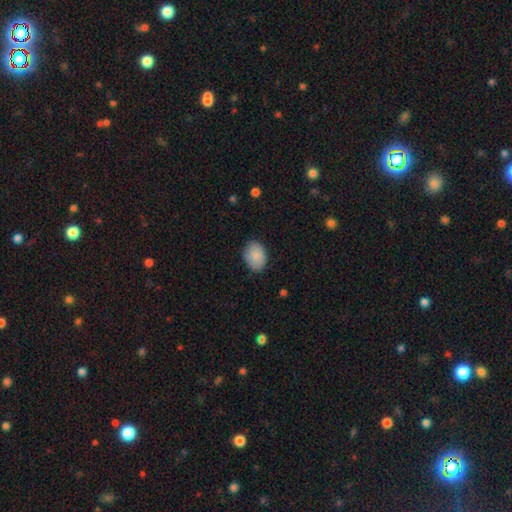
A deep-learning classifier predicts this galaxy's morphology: A smooth galaxy with no disk features (89%) that is in between round and cigar-shaped (73%). Merging: none (83%).